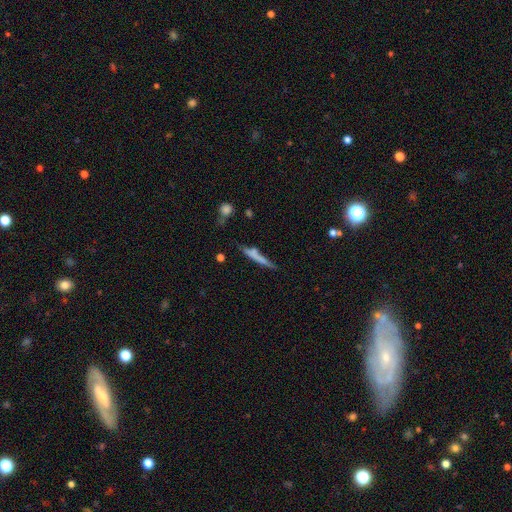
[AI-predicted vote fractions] smooth_or_featured: smooth (p=0.60) [alt: featured or disk p=0.33]
how_rounded: cigar-shaped (p=0.93) [alt: in between p=0.05]
merging: none (p=0.64) [alt: minor disturbance p=0.19]